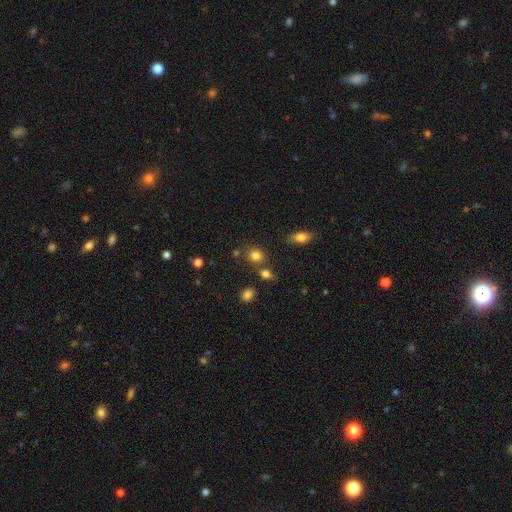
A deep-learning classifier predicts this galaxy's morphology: Smooth or featured? smooth (81%)
How rounded? round (74%)
Merging? none (73%)